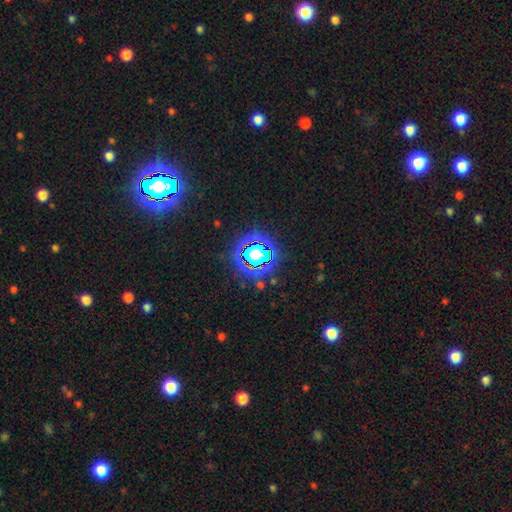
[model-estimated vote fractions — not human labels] star or artifact 81%, smooth 12%, featured or disk 7%.